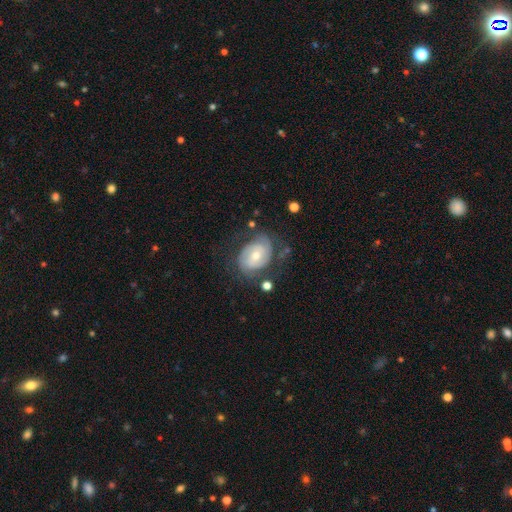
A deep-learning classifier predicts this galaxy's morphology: Smooth or featured?
  - featured or disk: 69% *
  - smooth: 25%
  - star or artifact: 6%
Edge-on disk?
  - no: 97% *
  - yes: 3%
Bar?
  - no: 50% *
  - weak: 41%
  - strong: 9%
Spiral arms?
  - yes: 85% *
  - no: 15%
Spiral winding?
  - tight: 53% *
  - medium: 34%
  - loose: 13%
Spiral arm count?
  - 2: 56% *
  - can't tell: 27%
  - 3: 8%
  - 1: 5%
  - 4: 2%
  - more than 4: 2%
Bulge size?
  - moderate: 57% *
  - small: 37%
  - large: 4%
  - none: 1%
  - dominant: 1%
Merging?
  - none: 57% *
  - minor disturbance: 23%
  - major disturbance: 17%
  - merger: 3%